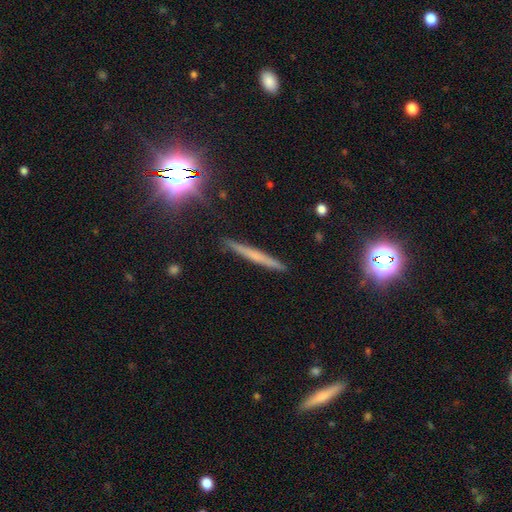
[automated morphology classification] Smooth or featured?
  - smooth: 44% *
  - featured or disk: 41%
  - star or artifact: 15%
Merging?
  - none: 90% *
  - minor disturbance: 7%
  - major disturbance: 1%
  - merger: 1%